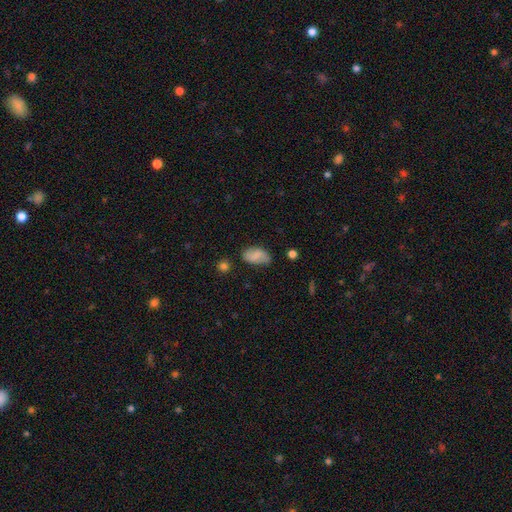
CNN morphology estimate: Q: Smooth or featured?
A: smooth (67%); runner-up: featured or disk (24%)
Q: How rounded?
A: in between (91%); runner-up: round (6%)
Q: Merging?
A: none (67%); runner-up: minor disturbance (24%)